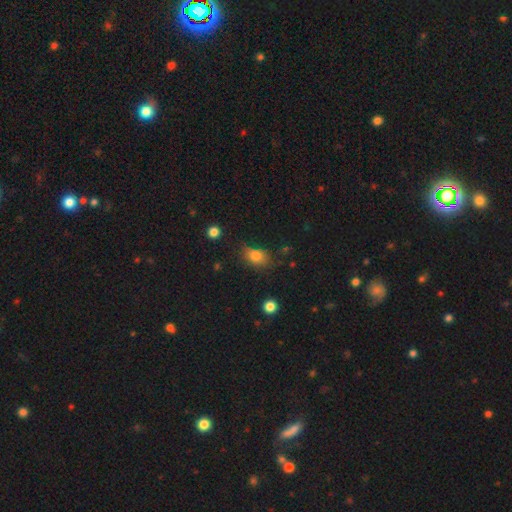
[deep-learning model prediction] Q: Smooth or featured?
A: smooth (79%); runner-up: star or artifact (11%)
Q: How rounded?
A: in between (75%); runner-up: round (23%)
Q: Merging?
A: none (67%); runner-up: minor disturbance (24%)